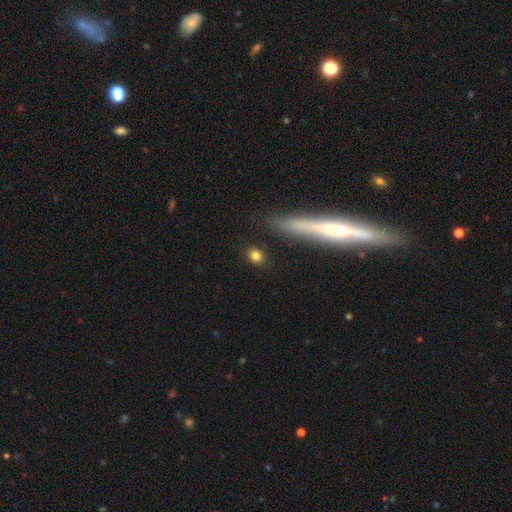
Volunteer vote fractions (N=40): This appears to be a smooth galaxy with no disk features (88%) that is in between round and cigar-shaped (66%). Merging: none (92%).